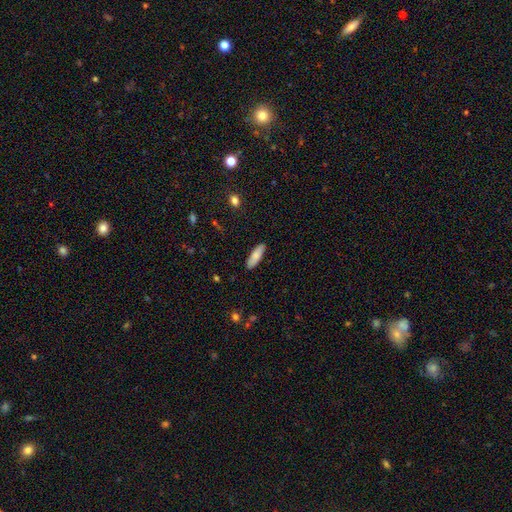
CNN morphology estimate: The model was most divided on "how rounded": cigar-shaped: 51%, in between: 47%, round: 2%. More confident: merging — none (89%); smooth or featured — smooth (84%).